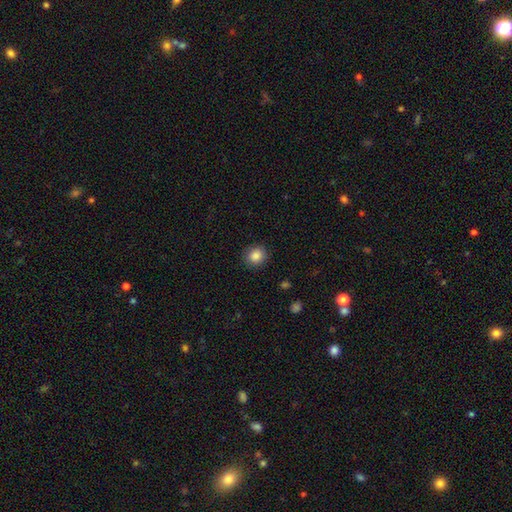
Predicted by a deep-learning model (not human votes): Smooth or featured? Predicted: smooth (p=0.86). How rounded? Predicted: round (p=0.79). Merging? Predicted: none (p=0.88).